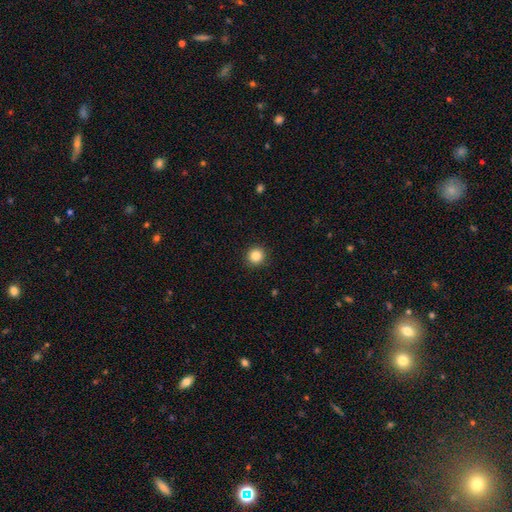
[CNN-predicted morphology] This appears to be a smooth galaxy with no disk features (85%) that is round (93%). Merging: none (91%).